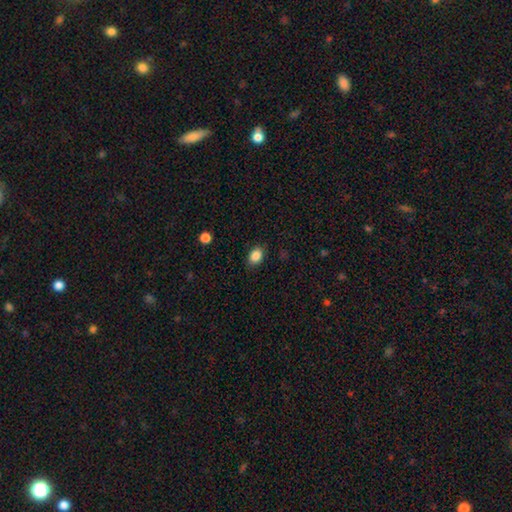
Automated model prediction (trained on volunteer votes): Smooth or featured?
  - smooth: 87% *
  - star or artifact: 9%
  - featured or disk: 4%
How rounded?
  - in between: 74% *
  - round: 25%
  - cigar-shaped: 1%
Merging?
  - none: 86% *
  - minor disturbance: 10%
  - major disturbance: 3%
  - merger: 1%